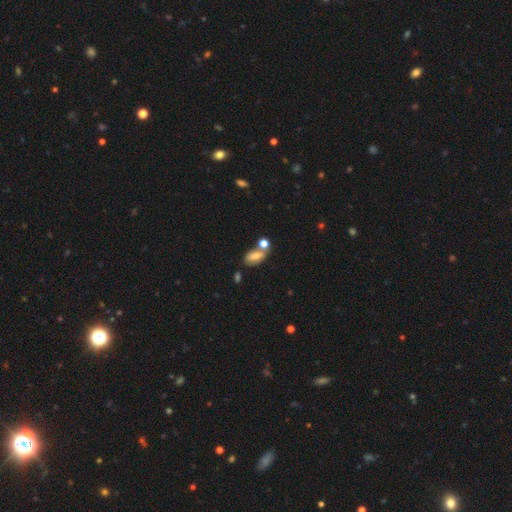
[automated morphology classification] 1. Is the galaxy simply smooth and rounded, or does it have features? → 65% smooth, 25% featured or disk, 10% star or artifact.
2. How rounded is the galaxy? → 84% in between, 8% cigar-shaped, 8% round.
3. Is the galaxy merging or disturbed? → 50% none, 31% merger, 14% minor disturbance, 5% major disturbance.